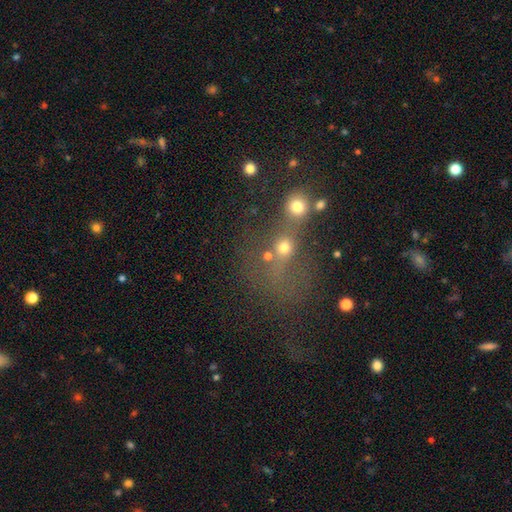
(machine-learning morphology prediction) star or artifact 42%, smooth 38%, featured or disk 20%.